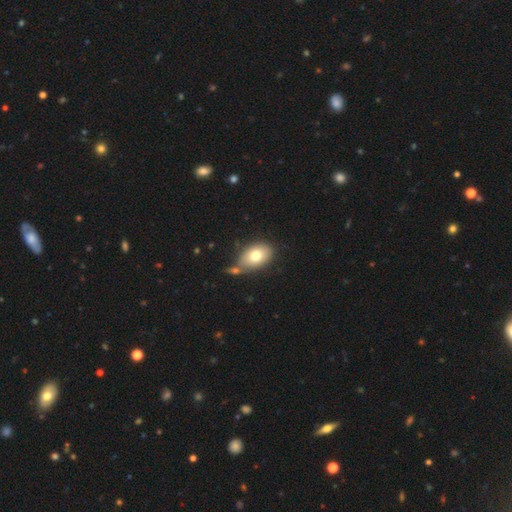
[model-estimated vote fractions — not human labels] The model was most divided on "merging": none: 57%, merger: 19%, minor disturbance: 17%, major disturbance: 6%. More confident: how rounded — in between (83%); smooth or featured — smooth (74%).